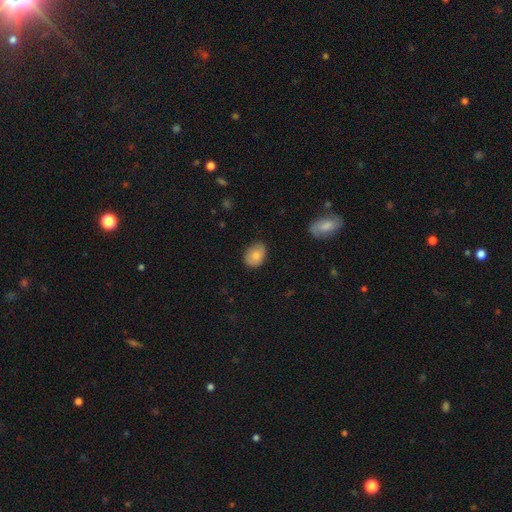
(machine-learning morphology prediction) Q: Smooth or featured?
A: smooth (80%); runner-up: featured or disk (12%)
Q: How rounded?
A: in between (74%); runner-up: round (25%)
Q: Merging?
A: none (79%); runner-up: minor disturbance (17%)